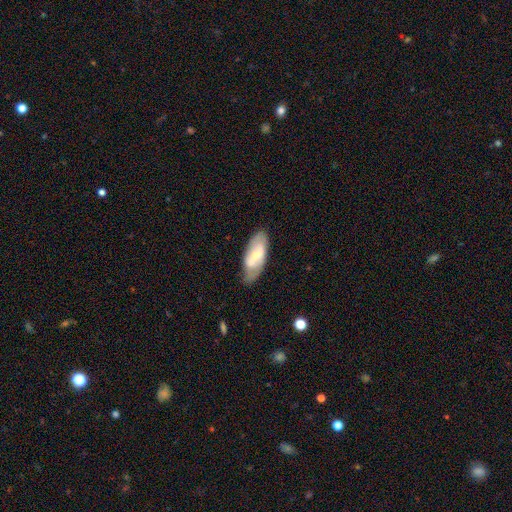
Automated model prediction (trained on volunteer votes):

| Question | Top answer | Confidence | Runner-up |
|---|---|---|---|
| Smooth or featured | featured or disk | 52% | smooth (42%) |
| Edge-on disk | no | 88% | yes (12%) |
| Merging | none | 71% | minor disturbance (21%) |